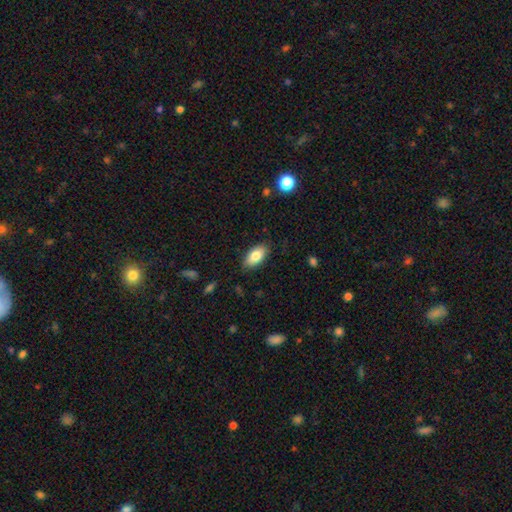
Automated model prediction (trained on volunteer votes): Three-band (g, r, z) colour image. It shows a smooth galaxy with no disk features (82%) that is in between round and cigar-shaped (93%). Merging: none (84%).